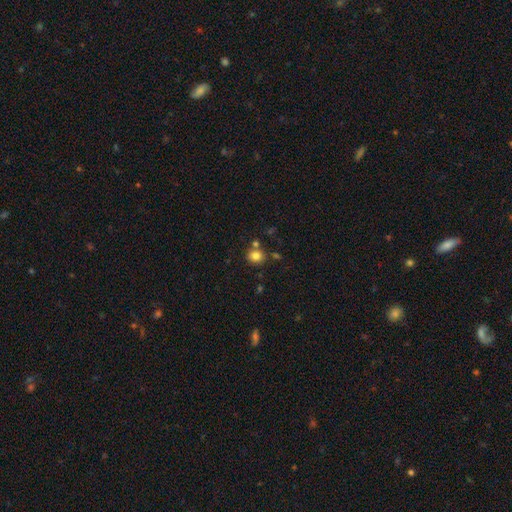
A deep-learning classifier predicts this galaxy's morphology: This is clearly a smooth galaxy (81%). How rounded: likely round (77%). Merging: likely none (75%).